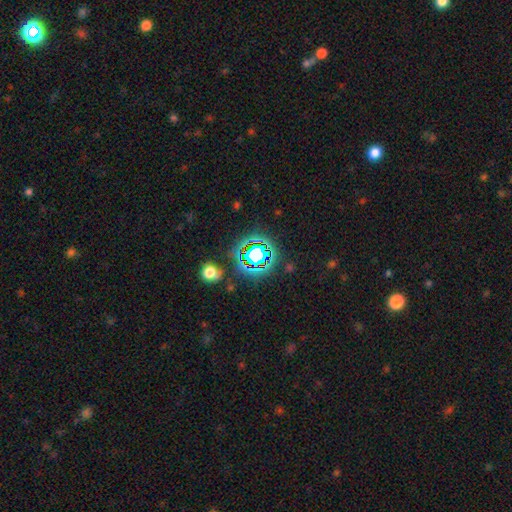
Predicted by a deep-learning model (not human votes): Smooth or featured?
  - star or artifact: 67% *
  - smooth: 21%
  - featured or disk: 12%